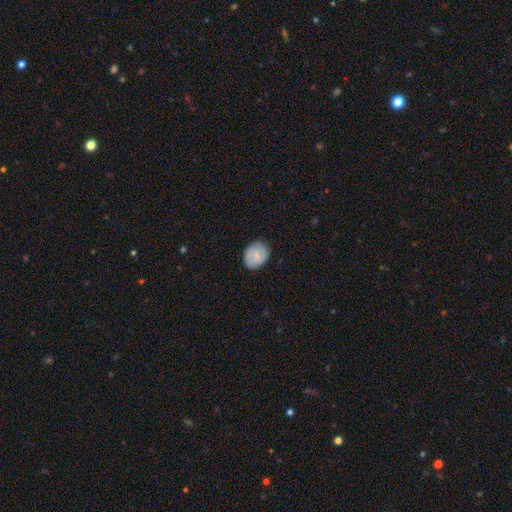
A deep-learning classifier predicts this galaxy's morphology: The model was most divided on "how rounded": round: 63%, in between: 36%, cigar-shaped: 1%. More confident: merging — none (84%); smooth or featured — smooth (79%).